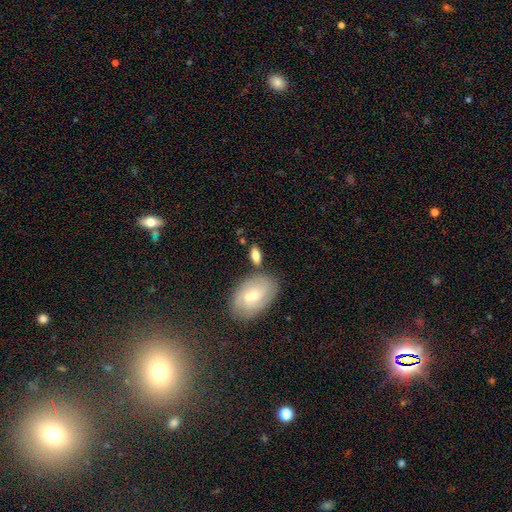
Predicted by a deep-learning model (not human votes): Morphology: type=smooth (73%); roundness=in between (83%); merging=none (65%).